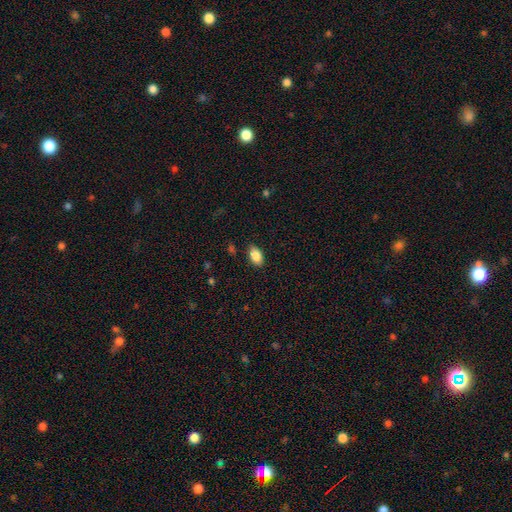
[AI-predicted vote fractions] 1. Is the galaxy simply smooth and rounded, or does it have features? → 86% smooth, 8% star or artifact, 6% featured or disk.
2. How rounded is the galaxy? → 90% in between, 8% round, 2% cigar-shaped.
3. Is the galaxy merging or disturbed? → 86% none, 11% minor disturbance, 2% major disturbance, 1% merger.